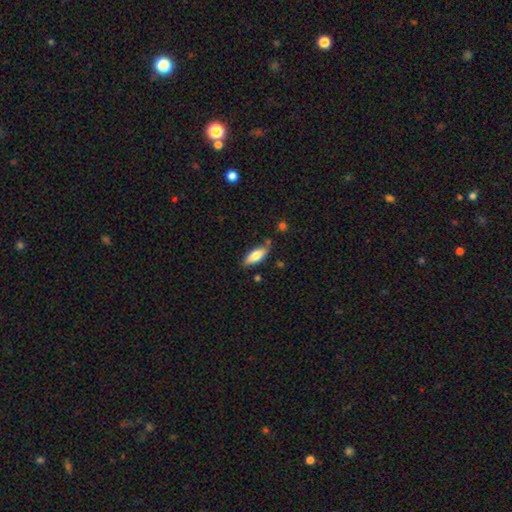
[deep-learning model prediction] Smooth or featured?
  - smooth: 73% *
  - featured or disk: 20%
  - star or artifact: 6%
How rounded?
  - in between: 69% *
  - cigar-shaped: 29%
  - round: 2%
Merging?
  - none: 74% *
  - minor disturbance: 18%
  - merger: 5%
  - major disturbance: 4%